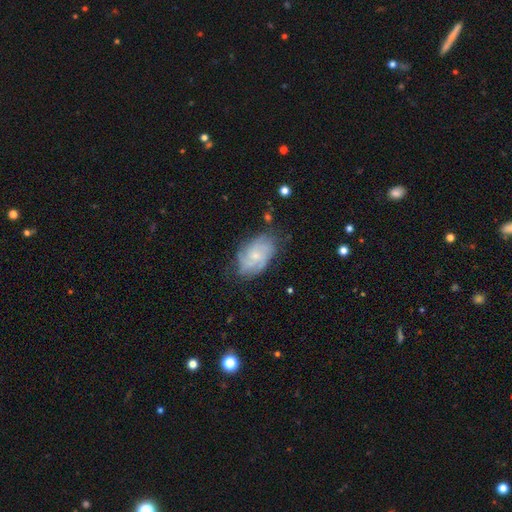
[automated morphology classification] Smooth or featured? featured or disk (69%)
Edge-on disk? no (97%)
Bar? no (73%)
Spiral arms? yes (90%)
Spiral winding? tight (49%)
Spiral arm count? can't tell (40%)
Bulge size? small (66%)
Merging? none (68%)